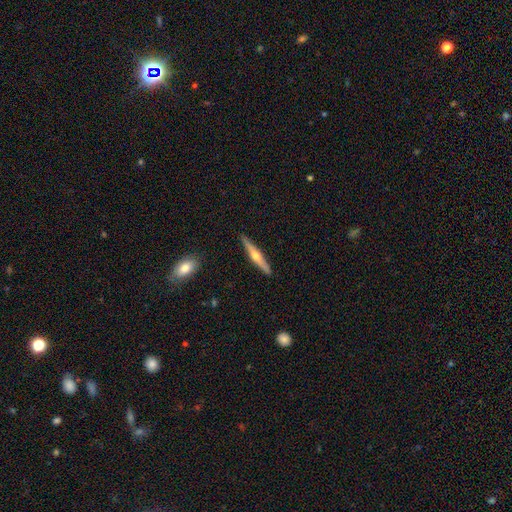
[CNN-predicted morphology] smooth_or_featured: featured or disk (p=0.68) [alt: smooth p=0.27]
disk_edge_on: yes (p=0.97) [alt: no p=0.03]
edge_on_bulge: rounded (p=0.92) [alt: none p=0.05]
merging: none (p=0.91) [alt: minor disturbance p=0.07]